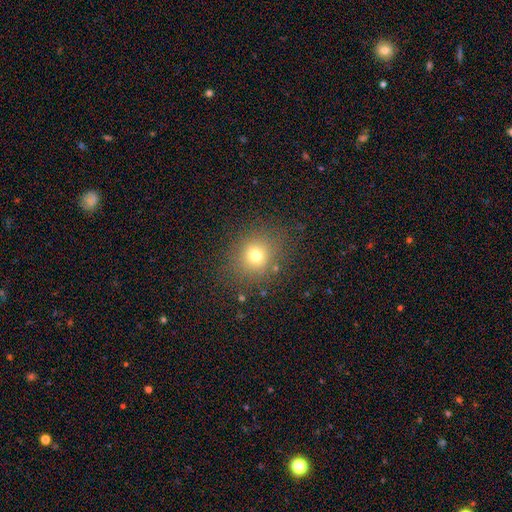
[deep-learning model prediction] A smooth galaxy with no disk features (71%) that is round (80%).

Vote fractions:
- Smooth or featured? smooth: 71% / star or artifact: 18% / featured or disk: 10%
- How rounded? round: 80% / in between: 19% / cigar-shaped: 1%
- Merging? none: 82% / minor disturbance: 11% / major disturbance: 5% / merger: 2%